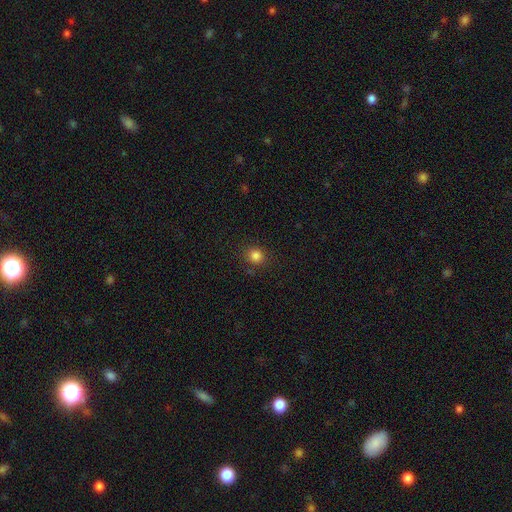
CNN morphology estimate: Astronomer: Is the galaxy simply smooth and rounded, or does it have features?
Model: smooth — 82%.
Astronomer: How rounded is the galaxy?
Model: round — 84%.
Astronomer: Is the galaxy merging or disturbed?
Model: none — 86%.